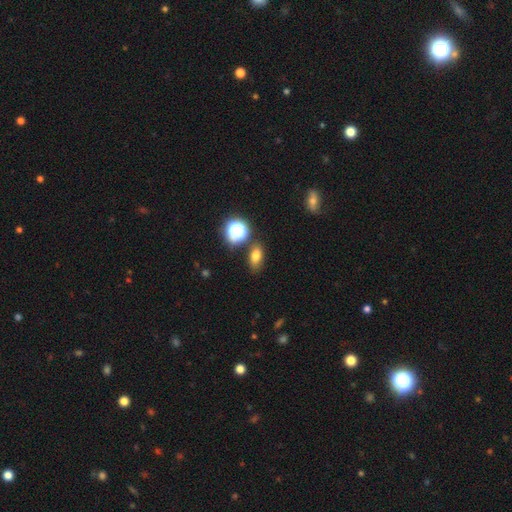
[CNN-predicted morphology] type=smooth (72%); roundness=in between (76%); merging=none (79%).